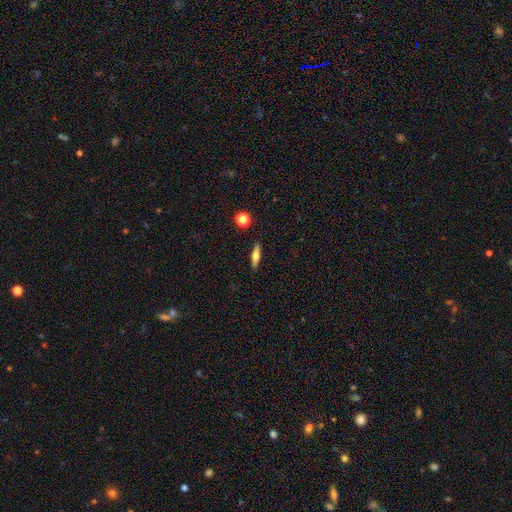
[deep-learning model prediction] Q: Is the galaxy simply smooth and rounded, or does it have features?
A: smooth — 51%.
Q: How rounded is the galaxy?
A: cigar-shaped — 69%.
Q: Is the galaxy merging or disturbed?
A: none — 89%.